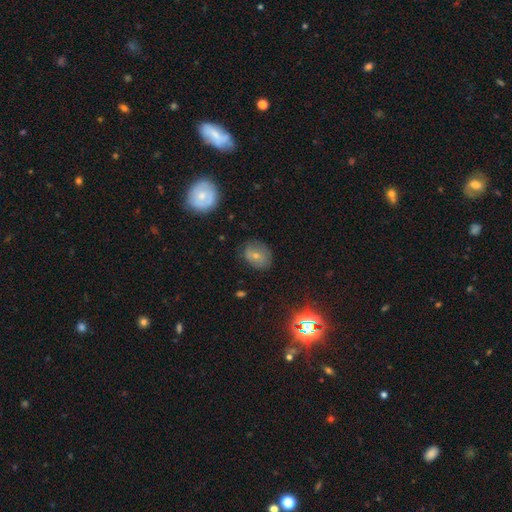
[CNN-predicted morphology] smooth-or-featured: smooth: 61% | featured or disk: 27% | star or artifact: 12%
  how-rounded: in between: 61% | round: 38% | cigar-shaped: 1%
  merging: none: 70% | minor disturbance: 22% | major disturbance: 7% | merger: 2%